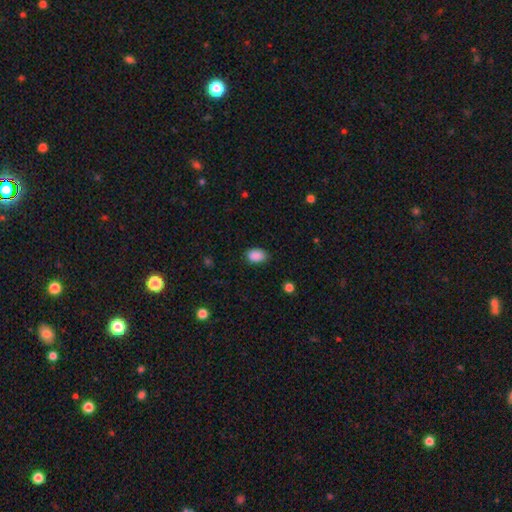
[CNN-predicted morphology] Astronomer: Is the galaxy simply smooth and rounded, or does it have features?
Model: smooth — 89%.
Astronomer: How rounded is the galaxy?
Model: in between — 84%.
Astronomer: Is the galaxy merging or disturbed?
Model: none — 81%.